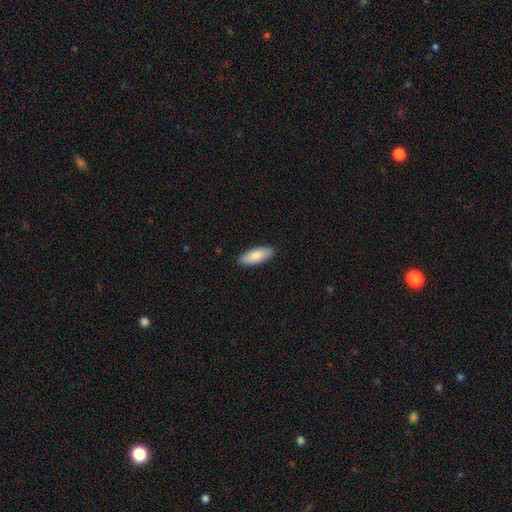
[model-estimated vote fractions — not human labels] This is clearly a smooth galaxy (84%). How rounded: likely in between (75%). Merging: clearly none (90%).